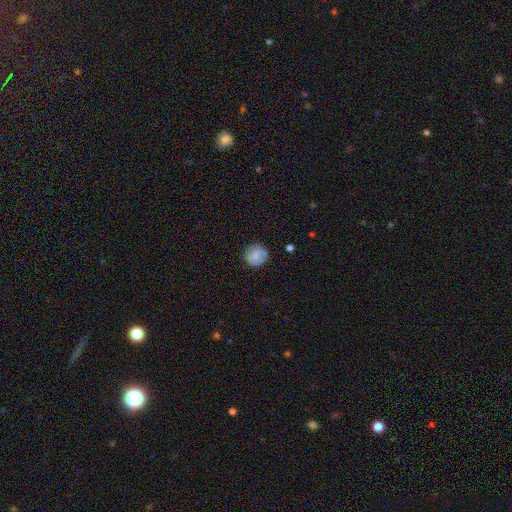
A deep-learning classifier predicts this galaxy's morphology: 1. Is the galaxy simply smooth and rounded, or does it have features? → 78% smooth, 14% featured or disk, 8% star or artifact.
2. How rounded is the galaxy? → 88% round, 11% in between, 1% cigar-shaped.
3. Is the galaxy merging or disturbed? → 83% none, 13% minor disturbance, 3% major disturbance, 1% merger.